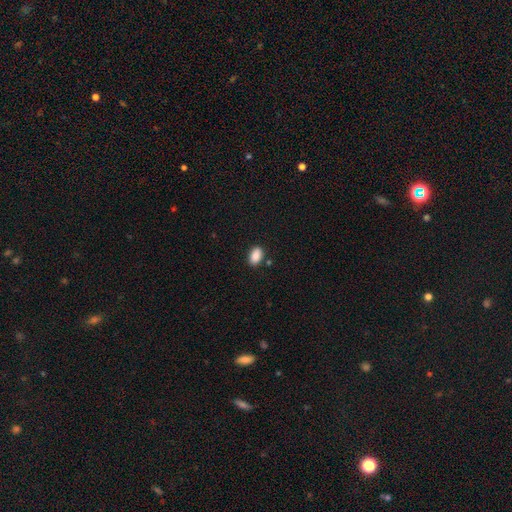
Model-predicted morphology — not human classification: A smooth galaxy with no disk features (89%) that is in between round and cigar-shaped (90%). Merging: none (84%).